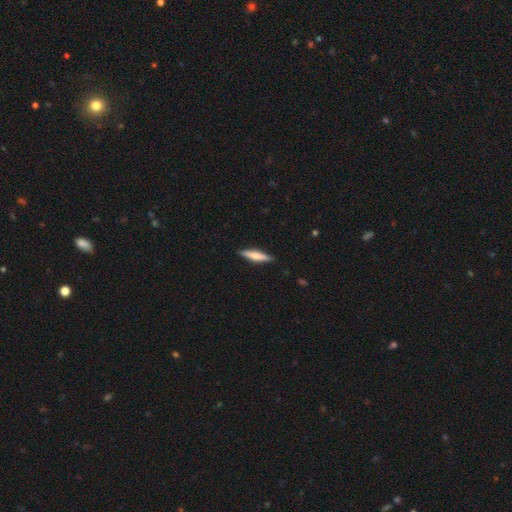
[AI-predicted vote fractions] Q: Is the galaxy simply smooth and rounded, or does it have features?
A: smooth — 58%.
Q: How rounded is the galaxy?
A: cigar-shaped — 82%.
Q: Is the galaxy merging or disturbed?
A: none — 89%.